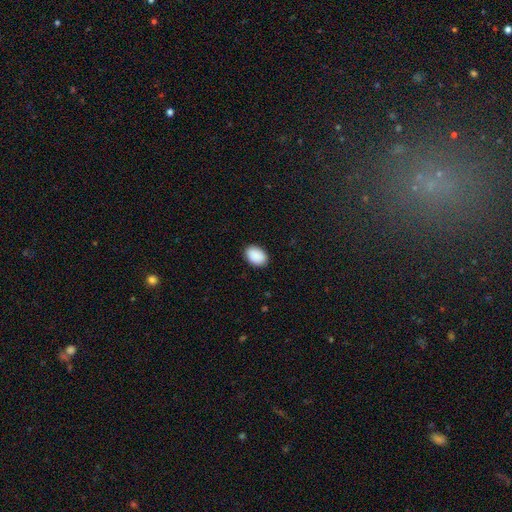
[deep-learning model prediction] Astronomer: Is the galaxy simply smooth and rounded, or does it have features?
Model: smooth — 91%.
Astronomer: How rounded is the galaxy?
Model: in between — 84%.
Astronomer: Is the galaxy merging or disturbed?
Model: none — 89%.